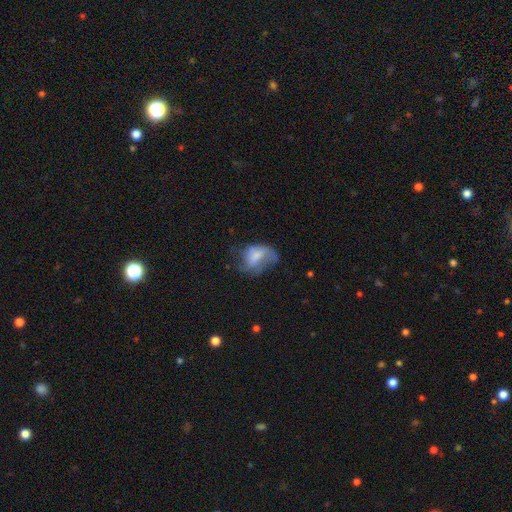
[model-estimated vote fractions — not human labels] Smooth or featured? Predicted: smooth (p=0.52). How rounded? Predicted: in between (p=0.79). Merging? Predicted: major disturbance (p=0.42).